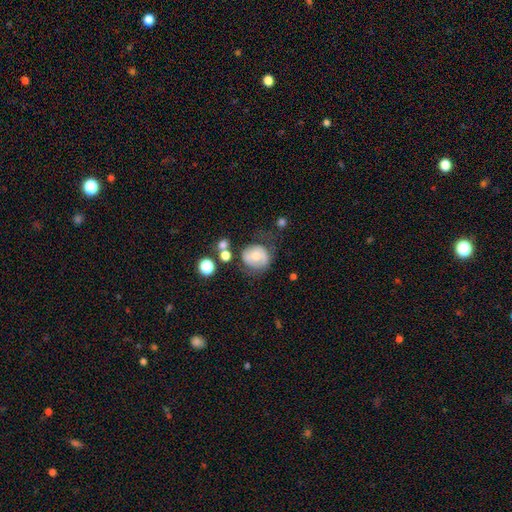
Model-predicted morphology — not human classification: A smooth galaxy with no disk features (56%) that is round (77%).

Vote fractions:
- Smooth or featured? smooth: 56% / featured or disk: 35% / star or artifact: 9%
- How rounded? round: 77% / in between: 22% / cigar-shaped: 1%
- Merging? none: 54% / minor disturbance: 25% / major disturbance: 14% / merger: 8%